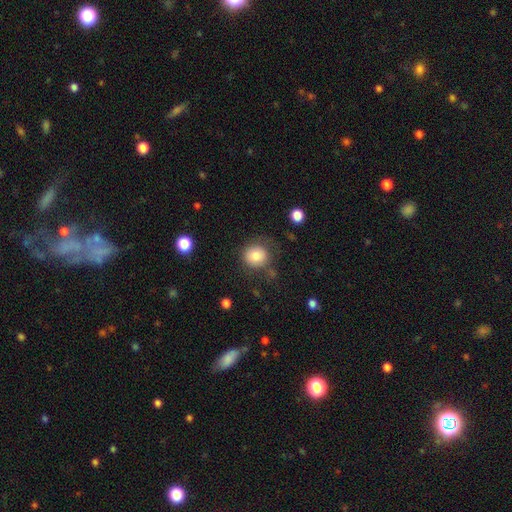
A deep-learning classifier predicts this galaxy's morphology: The model was most divided on "merging": none: 68%, minor disturbance: 18%, major disturbance: 10%, merger: 4%. More confident: how rounded — round (82%); smooth or featured — smooth (81%).